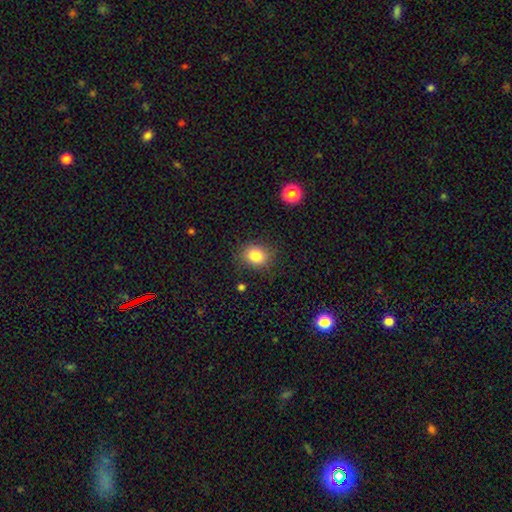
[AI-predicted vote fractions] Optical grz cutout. It shows a smooth galaxy with no disk features (83%) that is round (60%). Merging: none (84%).